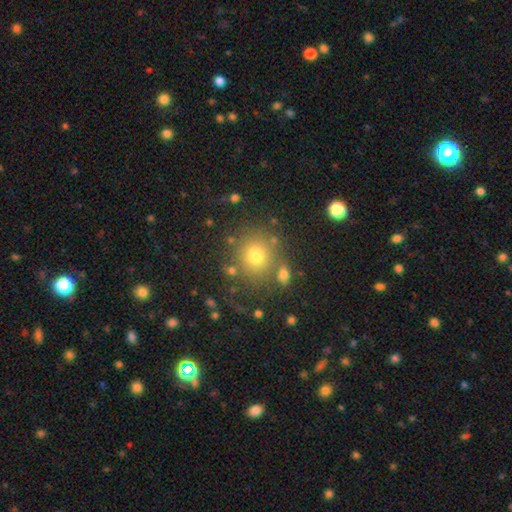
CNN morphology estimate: The model was most divided on "smooth or featured": smooth: 73%, star or artifact: 17%, featured or disk: 11%. More confident: how rounded — round (86%); merging — none (77%).